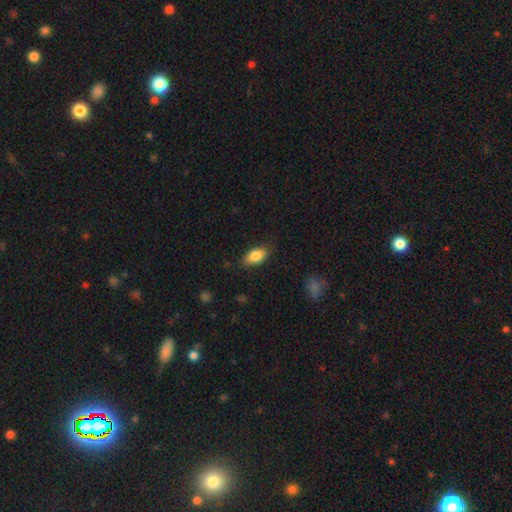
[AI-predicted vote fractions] Smooth or featured: smooth — 83% (featured or disk — 10%)
How rounded: in between — 88% (cigar-shaped — 8%)
Merging: none — 80% (minor disturbance — 16%)